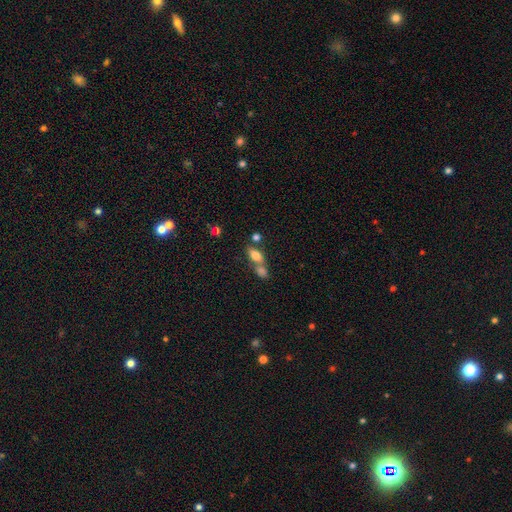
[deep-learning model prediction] Smooth or featured: smooth — 76% (featured or disk — 15%)
How rounded: in between — 80% (cigar-shaped — 11%)
Merging: merger — 50% (none — 36%)